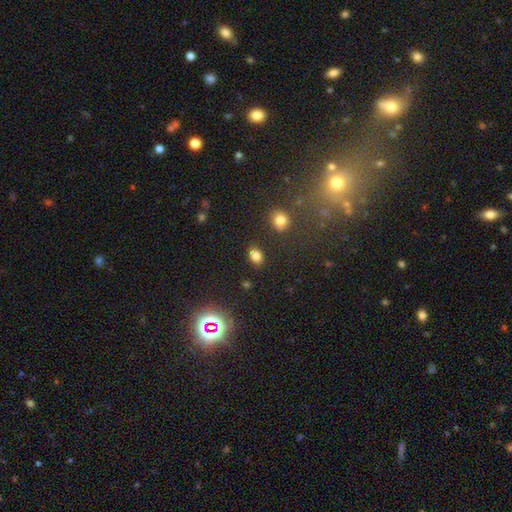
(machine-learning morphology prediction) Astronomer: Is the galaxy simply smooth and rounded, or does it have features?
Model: smooth — 80%.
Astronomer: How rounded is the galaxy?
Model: in between — 76%.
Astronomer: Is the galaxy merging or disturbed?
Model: none — 84%.